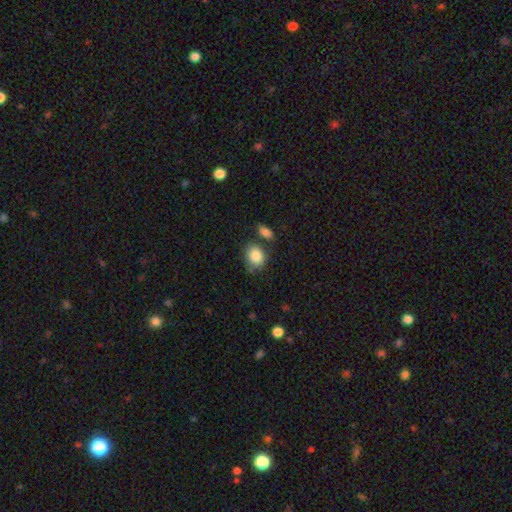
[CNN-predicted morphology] type=smooth (86%); roundness=round (51%); merging=none (65%).